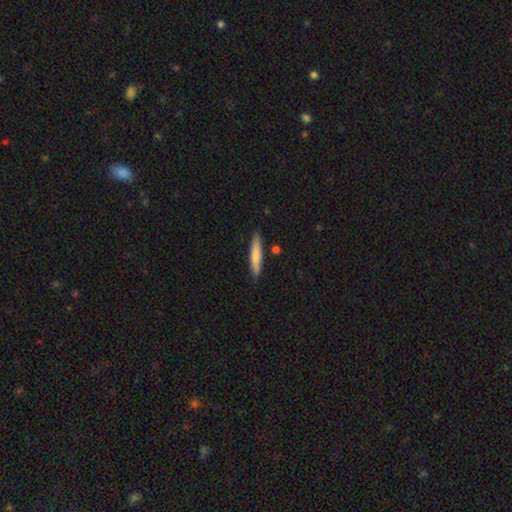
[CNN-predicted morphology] type=smooth (76%); roundness=cigar-shaped (91%); merging=none (86%).